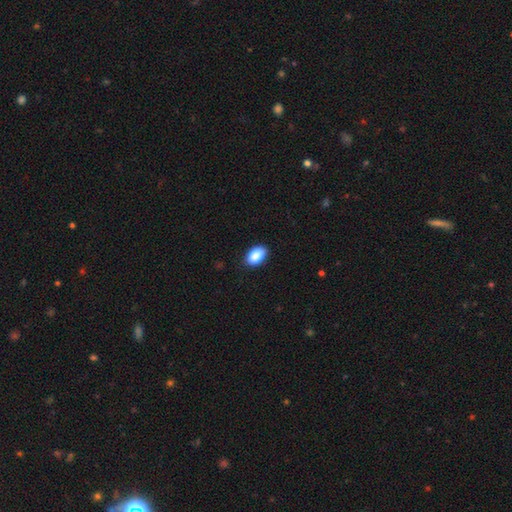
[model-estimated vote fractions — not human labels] Q: Smooth or featured?
A: smooth (89%); runner-up: star or artifact (7%)
Q: How rounded?
A: in between (92%); runner-up: round (6%)
Q: Merging?
A: none (84%); runner-up: minor disturbance (13%)